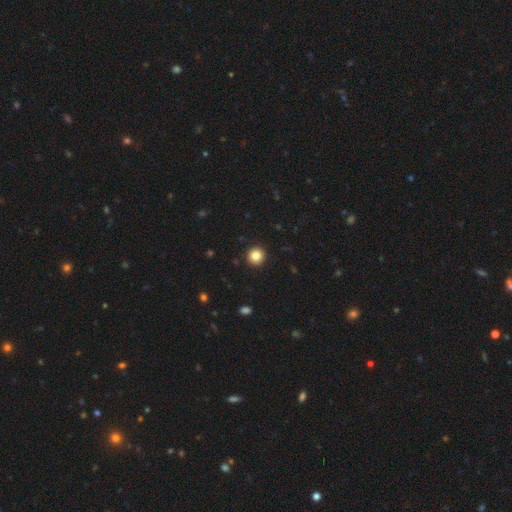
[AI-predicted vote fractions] Q: Smooth or featured?
A: smooth (84%); runner-up: star or artifact (10%)
Q: How rounded?
A: round (95%); runner-up: in between (4%)
Q: Merging?
A: none (93%); runner-up: minor disturbance (4%)